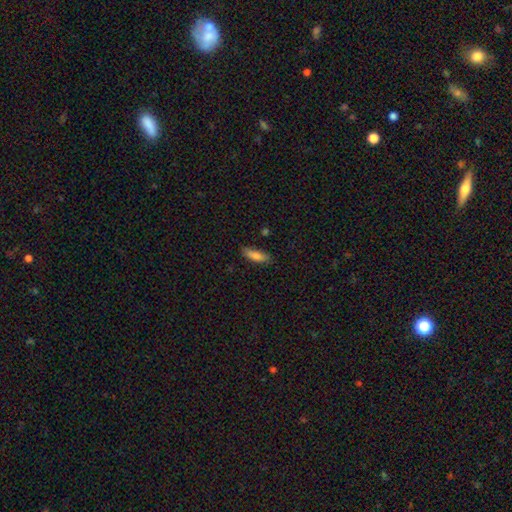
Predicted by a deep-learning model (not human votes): smooth 80%, featured or disk 13%, star or artifact 7%. Down the decision tree: how rounded — in between (53%); merging — none (80%).